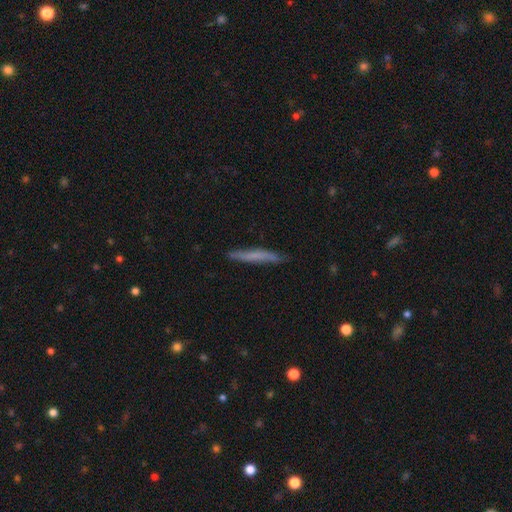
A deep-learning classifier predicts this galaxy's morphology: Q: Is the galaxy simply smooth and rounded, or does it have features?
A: smooth — 57%.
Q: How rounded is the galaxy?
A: cigar-shaped — 96%.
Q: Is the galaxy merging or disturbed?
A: none — 84%.